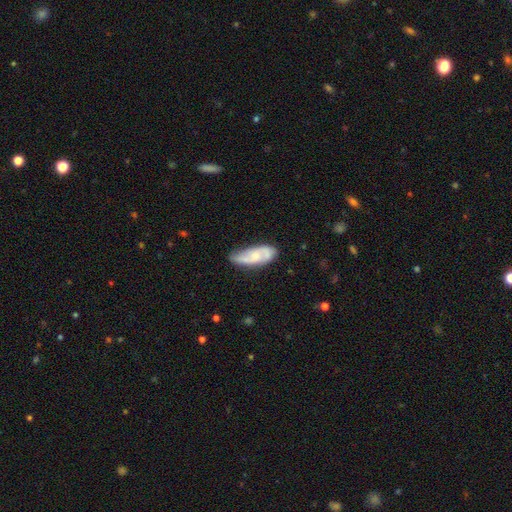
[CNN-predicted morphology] Overall: featured or disk (57%; smooth 37%). Edge-on disk: no (89%). Bar: no (67%; weak 28%). Spiral arms: yes (83%). Bulge size: small (48%; moderate 39%). Merging: none (64%; minor disturbance 27%).